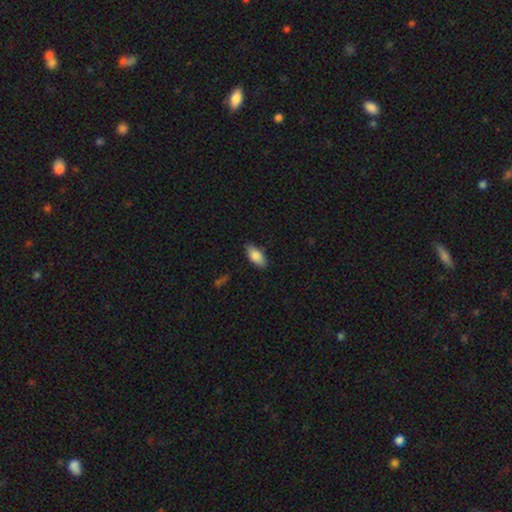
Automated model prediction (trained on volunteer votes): smooth 84%, featured or disk 10%, star or artifact 7%. Down the decision tree: how rounded — in between (88%); merging — none (83%).